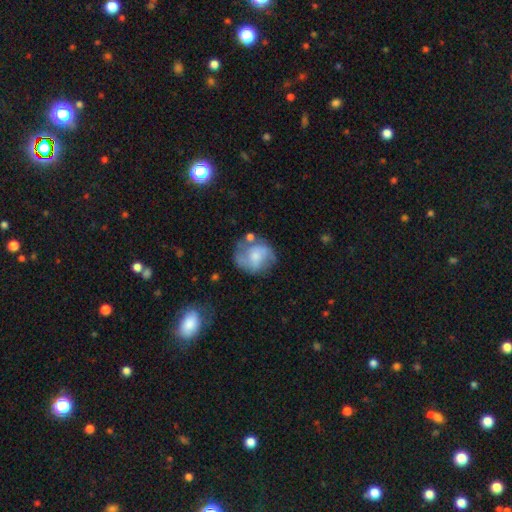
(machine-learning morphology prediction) Q: Smooth or featured?
A: featured or disk (50%); runner-up: smooth (42%)
Q: Merging?
A: none (53%); runner-up: minor disturbance (24%)